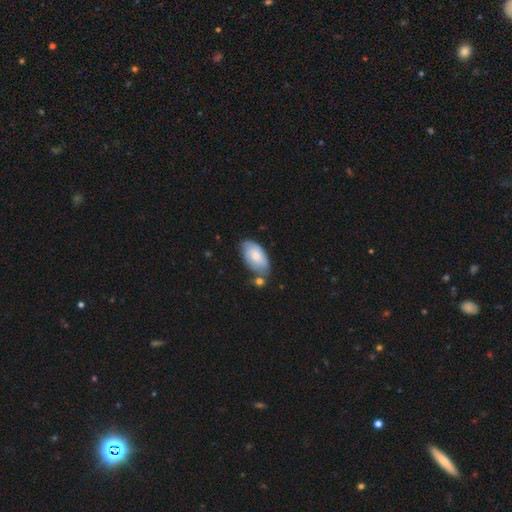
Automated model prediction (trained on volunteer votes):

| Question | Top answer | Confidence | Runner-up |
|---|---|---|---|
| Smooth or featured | smooth | 72% | featured or disk (22%) |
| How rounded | in between | 94% | round (3%) |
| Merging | none | 59% | minor disturbance (24%) |